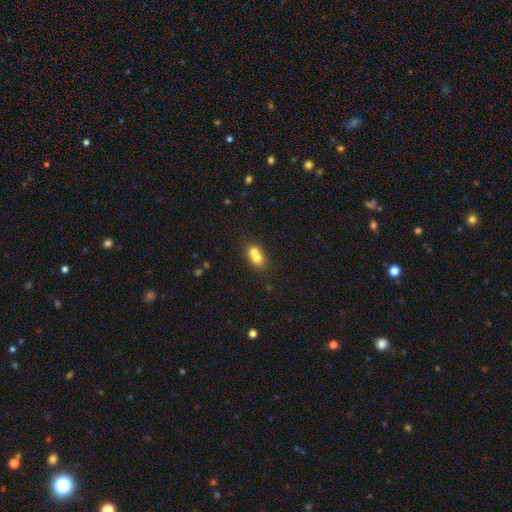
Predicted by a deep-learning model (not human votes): Smooth or featured? Predicted: smooth (p=0.70). How rounded? Predicted: round (p=0.53). Merging? Predicted: merger (p=0.65).